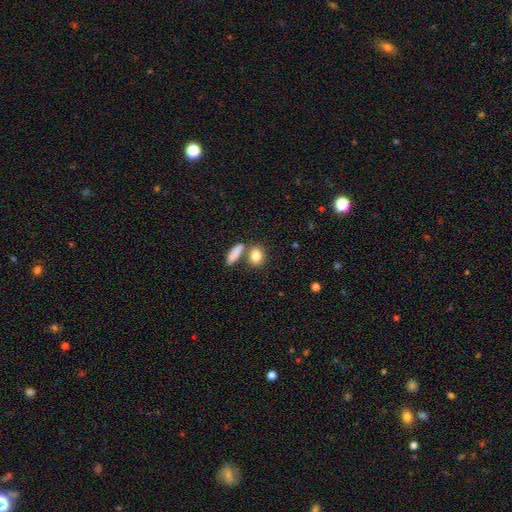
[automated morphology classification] Smooth or featured?
  - smooth: 84% *
  - featured or disk: 8%
  - star or artifact: 8%
How rounded?
  - in between: 50% *
  - round: 44%
  - cigar-shaped: 6%
Merging?
  - none: 59% *
  - merger: 27%
  - minor disturbance: 11%
  - major disturbance: 4%